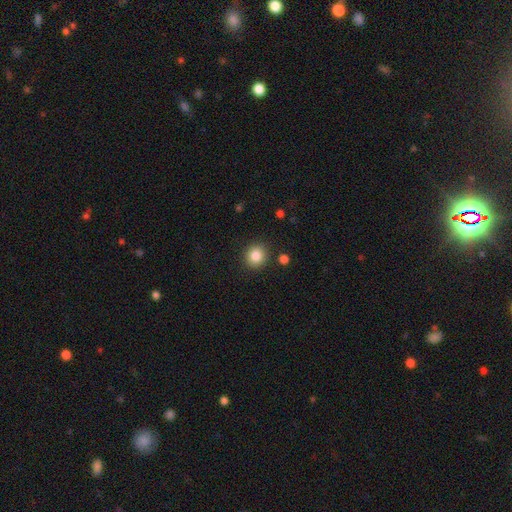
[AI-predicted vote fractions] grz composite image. It shows a smooth galaxy with no disk features (85%) that is round (84%). Merging: none (88%).